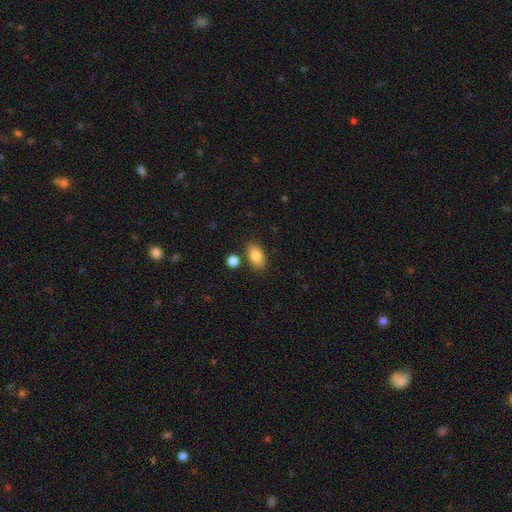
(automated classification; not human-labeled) This appears to be a smooth galaxy with no disk features (84%) that is in between round and cigar-shaped (90%). Merging: none (82%).